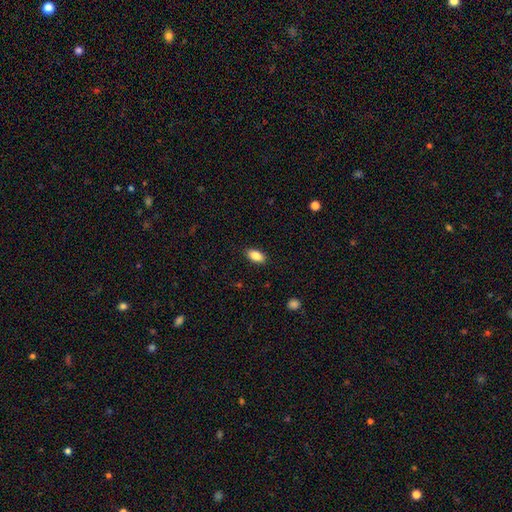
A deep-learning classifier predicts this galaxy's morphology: A smooth galaxy with no disk features (87%) that is in between round and cigar-shaped (91%). Merging: none (88%).